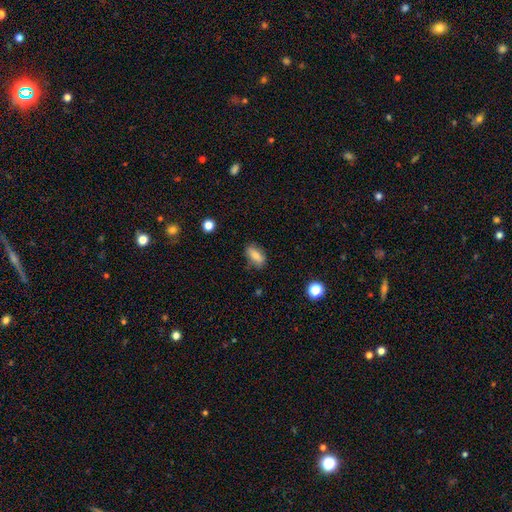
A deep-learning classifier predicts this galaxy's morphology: smooth 78%, featured or disk 13%, star or artifact 8%. Down the decision tree: how rounded — in between (82%); merging — none (77%).